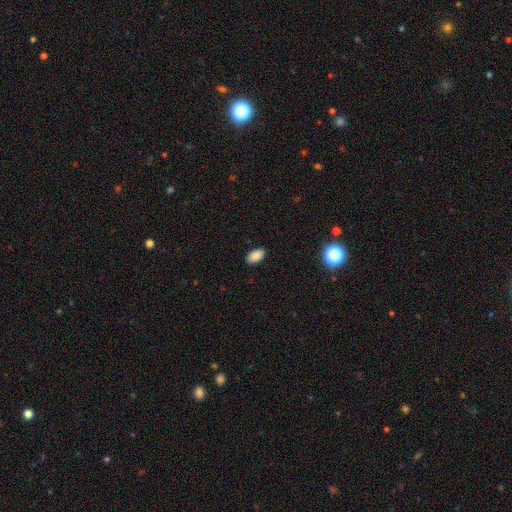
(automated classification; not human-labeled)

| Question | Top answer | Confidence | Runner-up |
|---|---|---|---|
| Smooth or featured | smooth | 86% | star or artifact (9%) |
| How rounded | in between | 94% | round (4%) |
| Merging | none | 89% | minor disturbance (8%) |